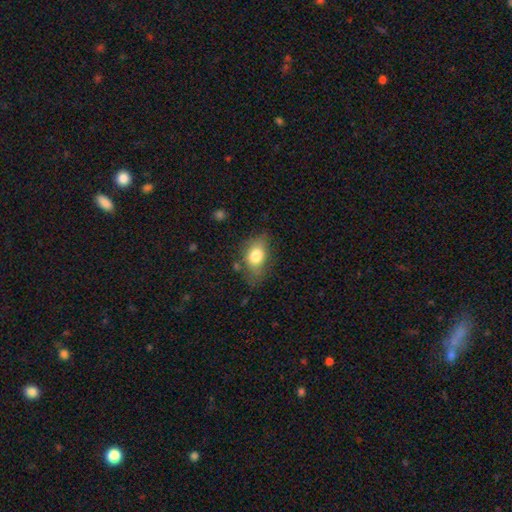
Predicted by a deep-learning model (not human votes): smooth-or-featured: smooth: 77% | featured or disk: 15% | star or artifact: 8%
  how-rounded: in between: 83% | round: 14% | cigar-shaped: 3%
  merging: none: 58% | minor disturbance: 28% | major disturbance: 11% | merger: 3%